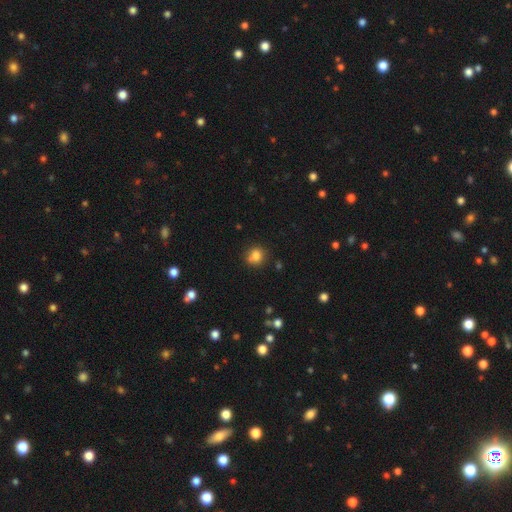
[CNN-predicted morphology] A smooth galaxy with no disk features (80%) that is round (81%).

Vote fractions:
- Smooth or featured? smooth: 80% / star or artifact: 12% / featured or disk: 8%
- How rounded? round: 81% / in between: 18% / cigar-shaped: 1%
- Merging? none: 68% / minor disturbance: 15% / merger: 13% / major disturbance: 4%